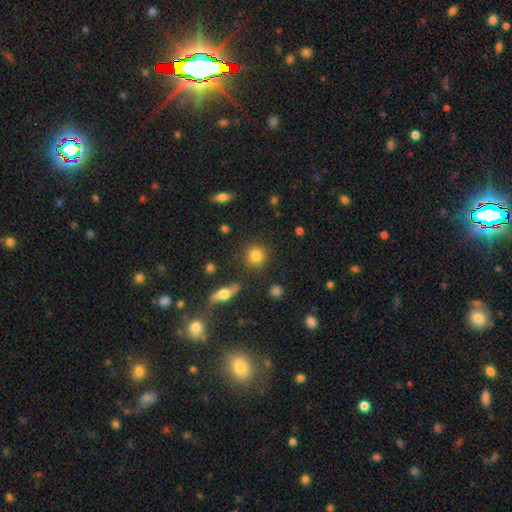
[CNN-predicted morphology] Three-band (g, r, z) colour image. It shows a smooth galaxy with no disk features (81%) that is round (90%). Merging: none (85%).